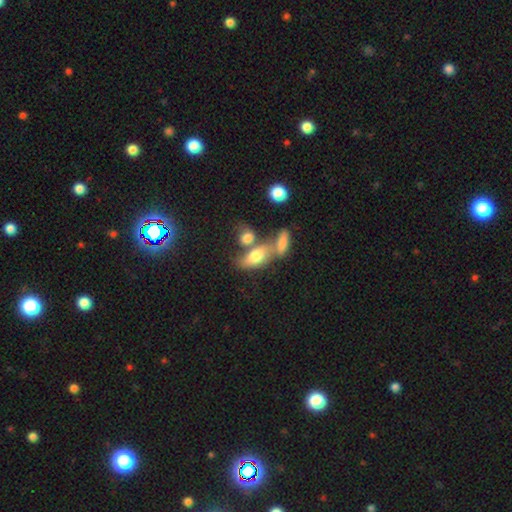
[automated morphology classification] Smooth or featured? Predicted: smooth (p=0.69). How rounded? Predicted: in between (p=0.81). Merging? Predicted: merger (p=0.46).